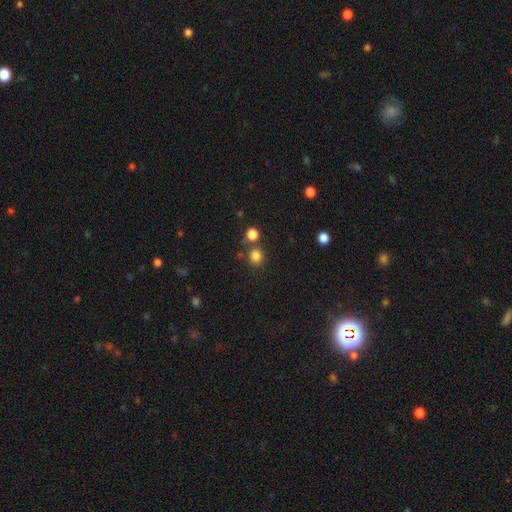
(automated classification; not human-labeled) Smooth or featured?
  - smooth: 81% *
  - star or artifact: 14%
  - featured or disk: 5%
How rounded?
  - round: 85% *
  - in between: 14%
  - cigar-shaped: 1%
Merging?
  - none: 73% *
  - merger: 15%
  - minor disturbance: 8%
  - major disturbance: 3%